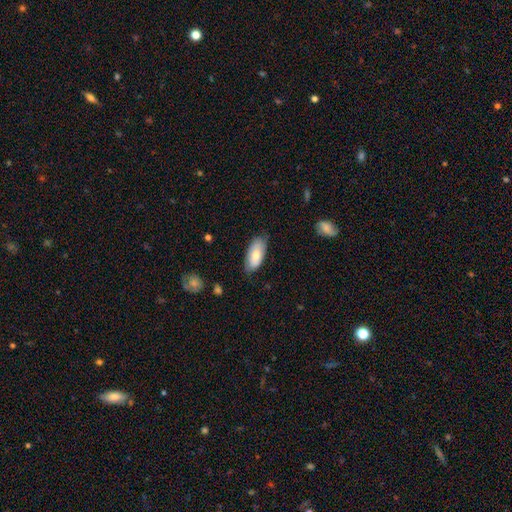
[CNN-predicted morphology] smooth-or-featured: smooth: 75% | featured or disk: 19% | star or artifact: 6%
  how-rounded: in between: 90% | cigar-shaped: 8% | round: 2%
  merging: none: 75% | minor disturbance: 21% | major disturbance: 3% | merger: 1%